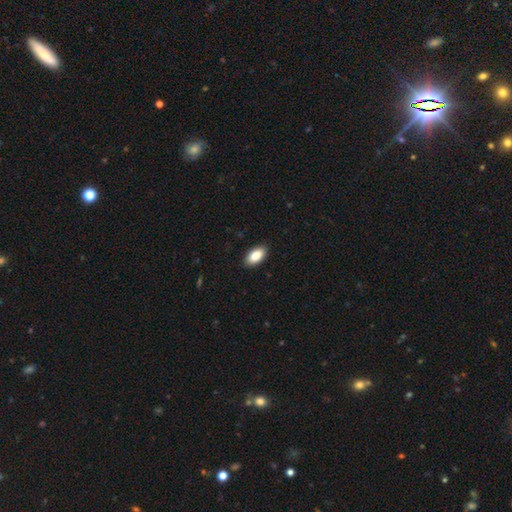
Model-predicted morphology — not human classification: Overall: smooth (88%). How rounded: in between (94%). Merging: none (89%).